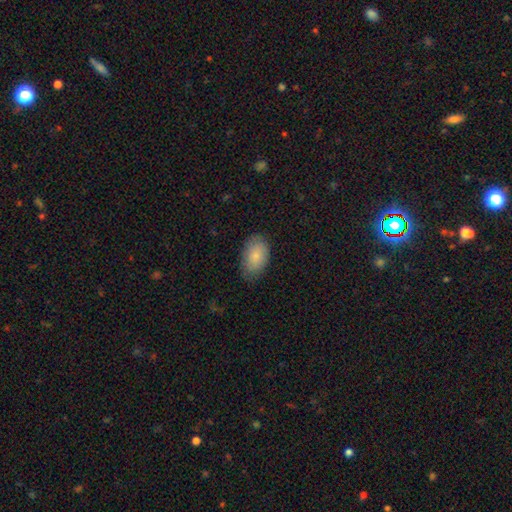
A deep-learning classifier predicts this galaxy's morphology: Smooth or featured: smooth — 84% (featured or disk — 9%)
How rounded: in between — 93% (round — 6%)
Merging: none — 78% (minor disturbance — 18%)